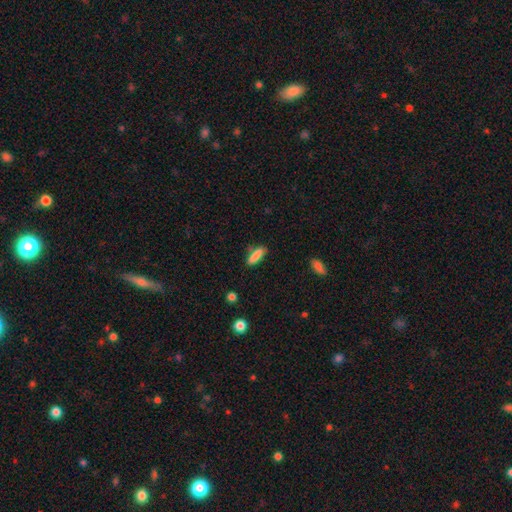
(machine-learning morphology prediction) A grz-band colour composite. It shows a smooth galaxy with no disk features (86%) that is cigar-shaped (63%). Merging: none (78%).